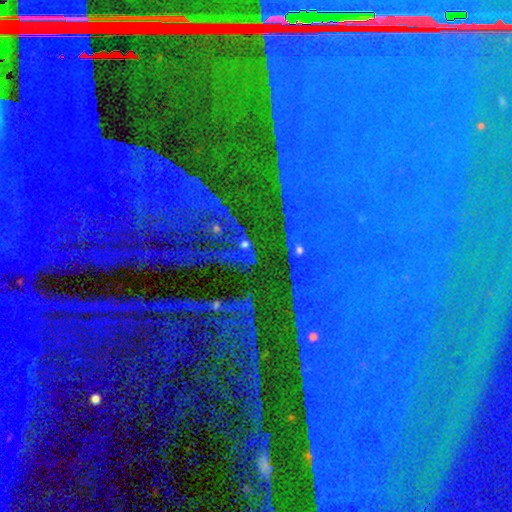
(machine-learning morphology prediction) Smooth or featured? Predicted: star or artifact (p=0.85).